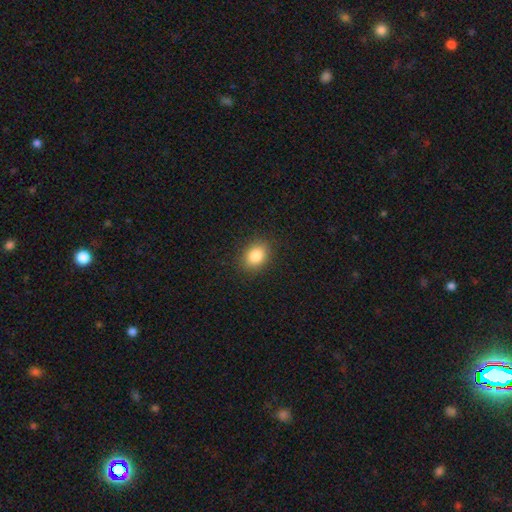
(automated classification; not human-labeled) This appears to be a smooth galaxy with no disk features (85%) that is in between round and cigar-shaped (65%). Merging: none (88%).